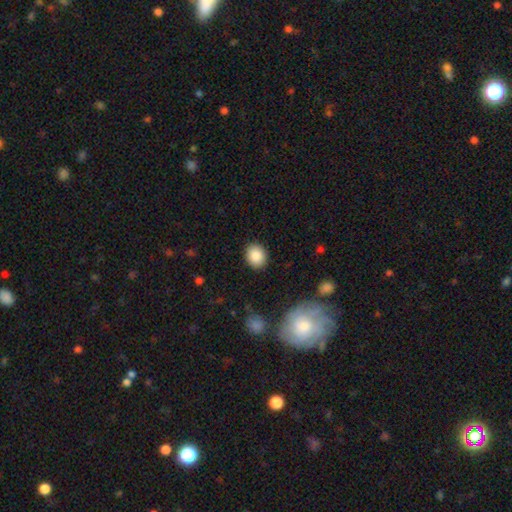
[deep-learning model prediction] smooth 87%, star or artifact 8%, featured or disk 5%. Down the decision tree: how rounded — round (64%); merging — none (89%).